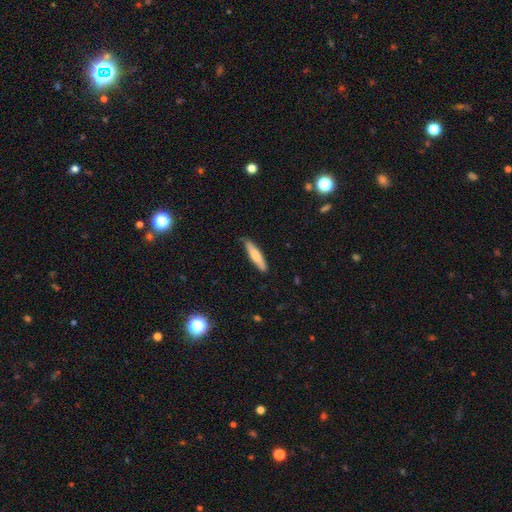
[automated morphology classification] Q: Smooth or featured?
A: smooth (67%); runner-up: featured or disk (27%)
Q: How rounded?
A: cigar-shaped (82%); runner-up: in between (17%)
Q: Merging?
A: none (78%); runner-up: minor disturbance (18%)